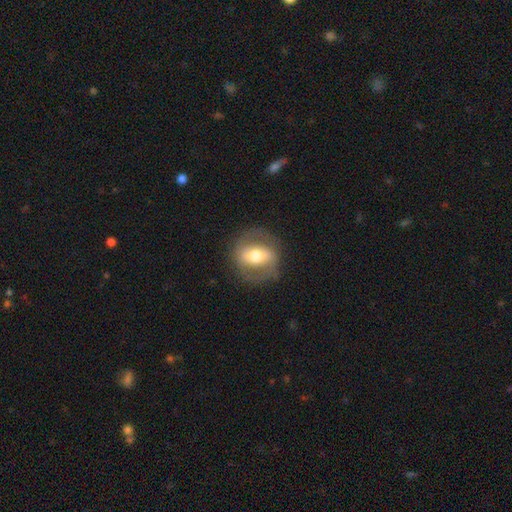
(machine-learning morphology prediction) Smooth or featured?
  - featured or disk: 61% *
  - smooth: 33%
  - star or artifact: 7%
Edge-on disk?
  - no: 93% *
  - yes: 7%
Bar?
  - strong: 42% *
  - weak: 34%
  - no: 24%
Spiral arms?
  - yes: 60% *
  - no: 40%
Bulge size?
  - moderate: 66% *
  - large: 16%
  - small: 15%
  - dominant: 2%
  - none: 1%
Merging?
  - none: 78% *
  - minor disturbance: 13%
  - major disturbance: 8%
  - merger: 1%